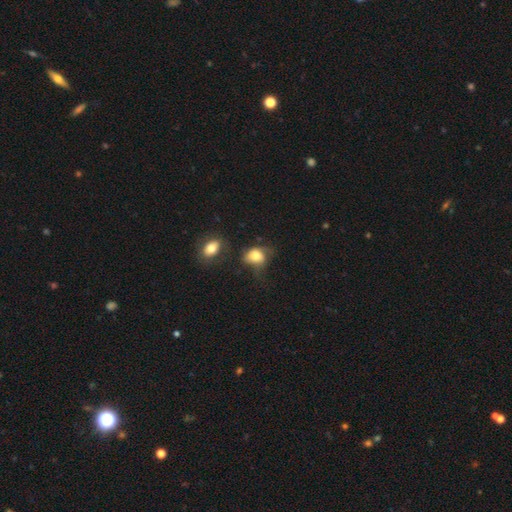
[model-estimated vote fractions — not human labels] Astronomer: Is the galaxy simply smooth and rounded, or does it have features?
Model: smooth — 76%.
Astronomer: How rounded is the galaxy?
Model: in between — 54% (runner-up: round, 44%).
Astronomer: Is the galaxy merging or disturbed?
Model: none — 34% (runner-up: minor disturbance, 30%).